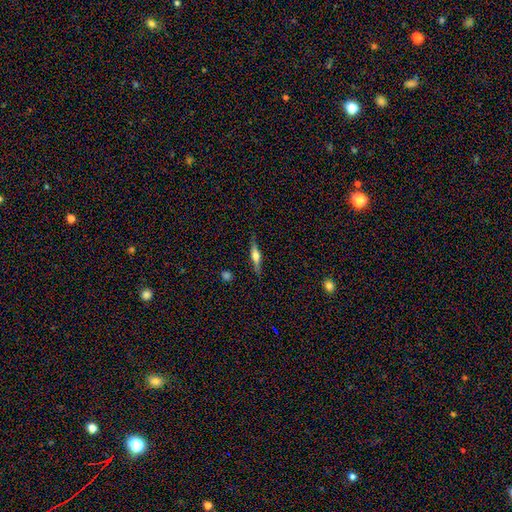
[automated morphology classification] A featured or disk galaxy (60%) viewed edge-on (96%) with a rounded central bulge (88%).

Vote fractions:
- Smooth or featured? featured or disk: 60% / smooth: 34% / star or artifact: 7%
- Edge-on disk? yes: 96% / no: 4%
- Edge-on bulge? rounded: 88% / boxy: 8% / none: 4%
- Merging? none: 87% / minor disturbance: 10% / major disturbance: 2% / merger: 1%